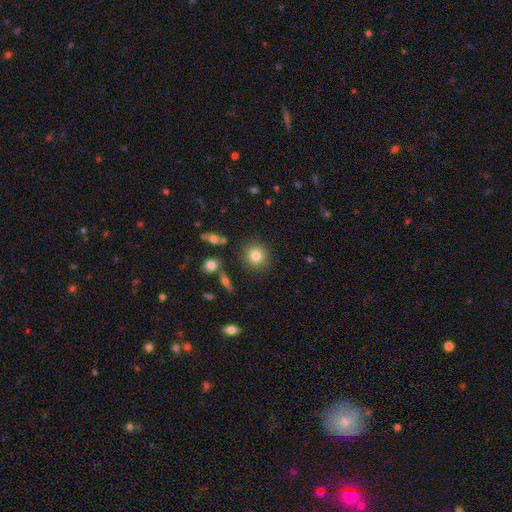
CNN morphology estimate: This is clearly a smooth galaxy (81%). How rounded: clearly round (88%). Merging: clearly none (85%).